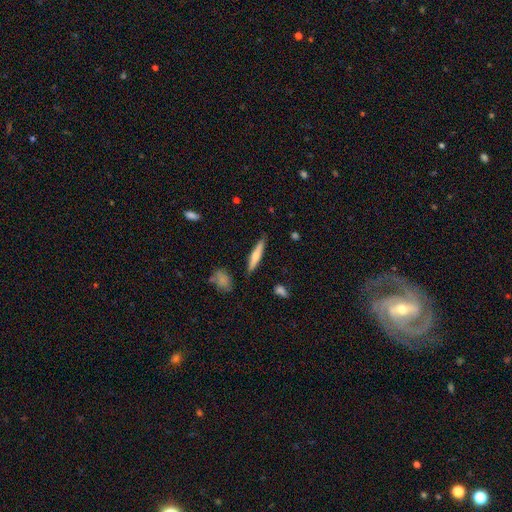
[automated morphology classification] A smooth galaxy with no disk features (59%) that is cigar-shaped (87%).

Vote fractions:
- Smooth or featured? smooth: 59% / featured or disk: 35% / star or artifact: 6%
- How rounded? cigar-shaped: 87% / in between: 11% / round: 2%
- Merging? none: 86% / minor disturbance: 10% / merger: 2% / major disturbance: 2%